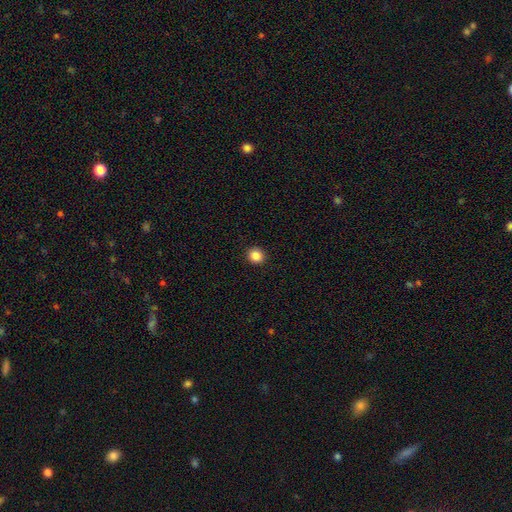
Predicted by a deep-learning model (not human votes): This appears to be a smooth galaxy with no disk features (87%) that is round (88%). Merging: none (93%).